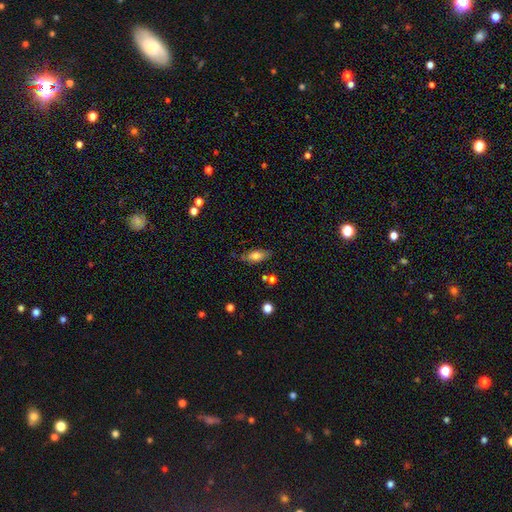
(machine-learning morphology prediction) Q: Smooth or featured?
A: smooth (75%); runner-up: featured or disk (16%)
Q: How rounded?
A: in between (84%); runner-up: cigar-shaped (11%)
Q: Merging?
A: none (71%); runner-up: minor disturbance (20%)